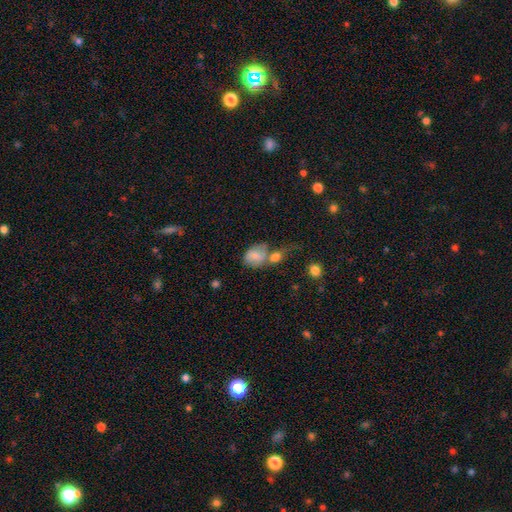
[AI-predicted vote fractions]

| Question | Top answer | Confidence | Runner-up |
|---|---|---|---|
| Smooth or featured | smooth | 76% | featured or disk (15%) |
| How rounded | in between | 64% | round (35%) |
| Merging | merger | 48% | none (26%) |